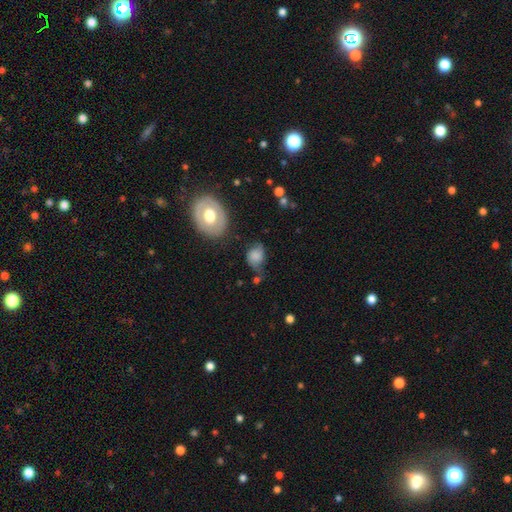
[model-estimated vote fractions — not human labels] Smooth or featured: smooth — 73% (featured or disk — 17%)
How rounded: in between — 57% (round — 42%)
Merging: none — 47% (minor disturbance — 33%)